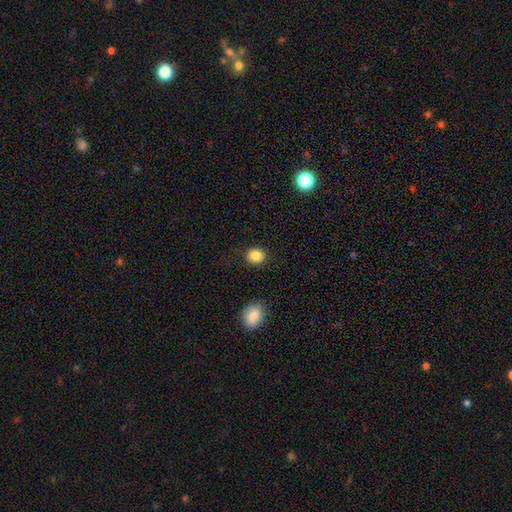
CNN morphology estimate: Smooth or featured? Predicted: smooth (p=0.85). How rounded? Predicted: round (p=0.80). Merging? Predicted: none (p=0.87).